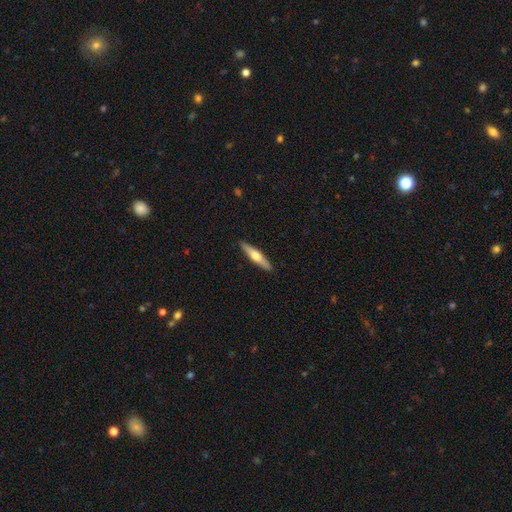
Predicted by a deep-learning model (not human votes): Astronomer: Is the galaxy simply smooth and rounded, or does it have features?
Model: featured or disk — 49% (runner-up: smooth, 45%).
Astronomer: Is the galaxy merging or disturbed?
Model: none — 91%.